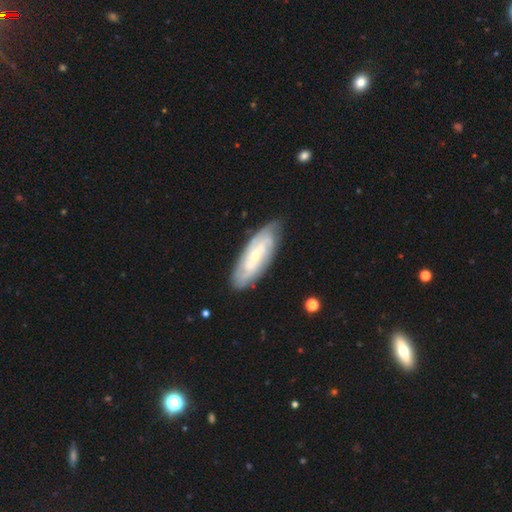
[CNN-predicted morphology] This appears to be a featured or disk galaxy (76%) with no bar (53%), tight (65%) spiral arms (89%) and a small central bulge (66%). Merging: none (81%).